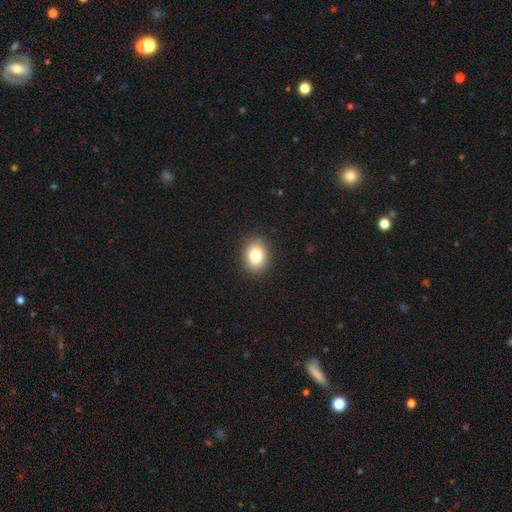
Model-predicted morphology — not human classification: A smooth galaxy with no disk features (81%) that is in between round and cigar-shaped (53%). Merging: none (89%).